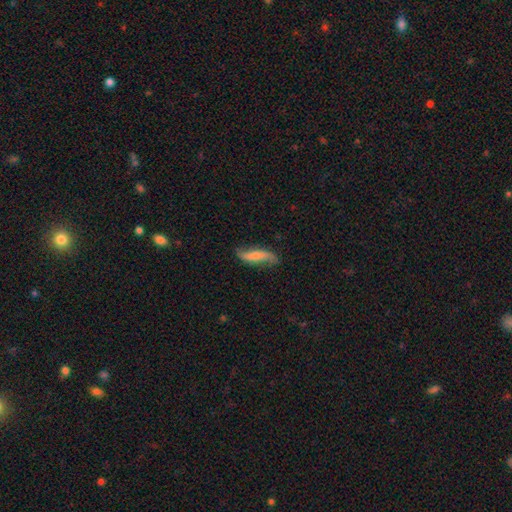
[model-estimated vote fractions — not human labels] Smooth or featured: featured or disk — 57% (smooth — 36%)
Edge-on disk: no — 80% (yes — 20%)
Merging: none — 71% (minor disturbance — 21%)